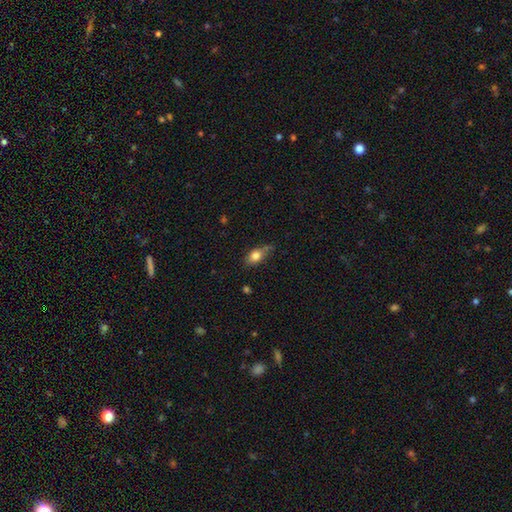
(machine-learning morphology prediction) smooth_or_featured: smooth (p=0.79) [alt: featured or disk p=0.13]
how_rounded: in between (p=0.82) [alt: round p=0.12]
merging: none (p=0.58) [alt: minor disturbance p=0.31]